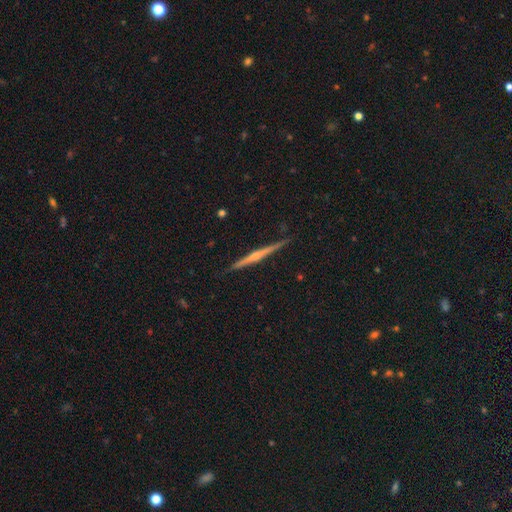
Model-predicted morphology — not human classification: A featured or disk galaxy (78%) viewed edge-on (98%) with a rounded central bulge (74%).

Vote fractions:
- Smooth or featured? featured or disk: 78% / smooth: 16% / star or artifact: 6%
- Edge-on disk? yes: 98% / no: 2%
- Edge-on bulge? rounded: 74% / none: 19% / boxy: 7%
- Merging? none: 90% / minor disturbance: 7% / major disturbance: 1% / merger: 1%